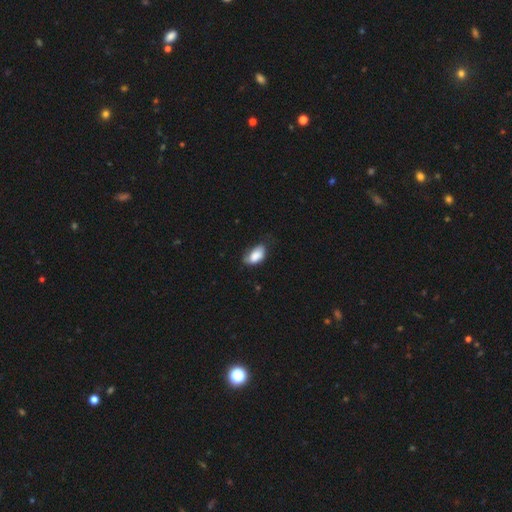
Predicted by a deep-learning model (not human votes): smooth-or-featured: smooth: 83% | featured or disk: 10% | star or artifact: 7%
  how-rounded: in between: 93% | round: 5% | cigar-shaped: 2%
  merging: none: 49% | minor disturbance: 38% | major disturbance: 11% | merger: 2%